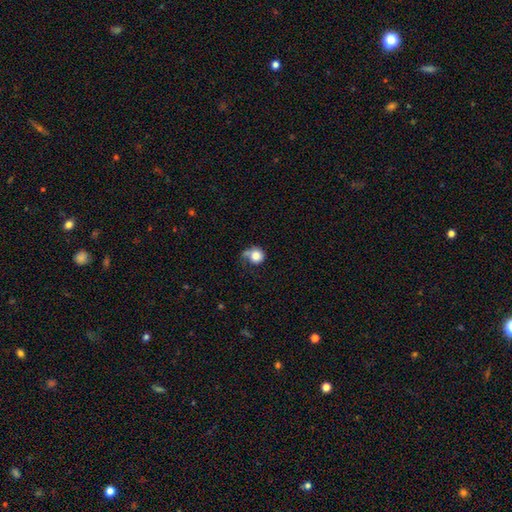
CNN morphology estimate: smooth-or-featured: smooth: 79% | featured or disk: 14% | star or artifact: 8%
  how-rounded: round: 84% | in between: 15% | cigar-shaped: 1%
  merging: none: 40% | minor disturbance: 26% | major disturbance: 25% | merger: 10%